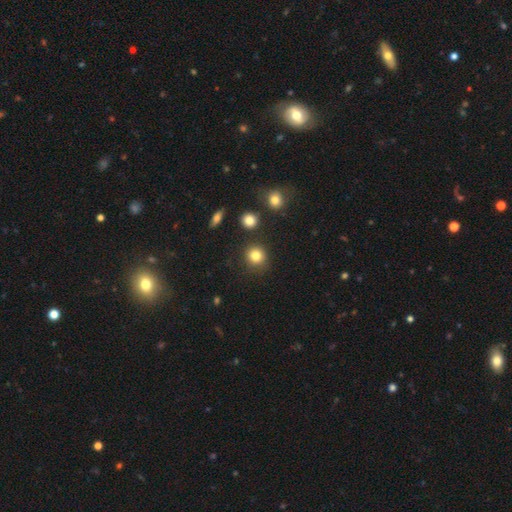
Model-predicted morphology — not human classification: A smooth galaxy with no disk features (83%) that is round (88%). Merging: none (85%).